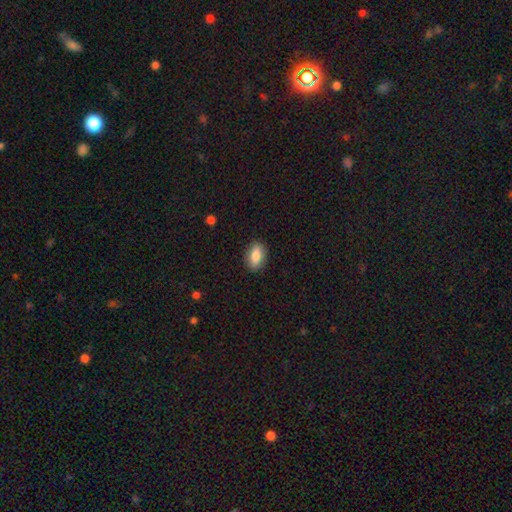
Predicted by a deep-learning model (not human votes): A smooth galaxy with no disk features (81%) that is in between round and cigar-shaped (86%).

Vote fractions:
- Smooth or featured? smooth: 81% / featured or disk: 12% / star or artifact: 7%
- How rounded? in between: 86% / round: 8% / cigar-shaped: 6%
- Merging? none: 87% / minor disturbance: 10% / major disturbance: 2% / merger: 1%